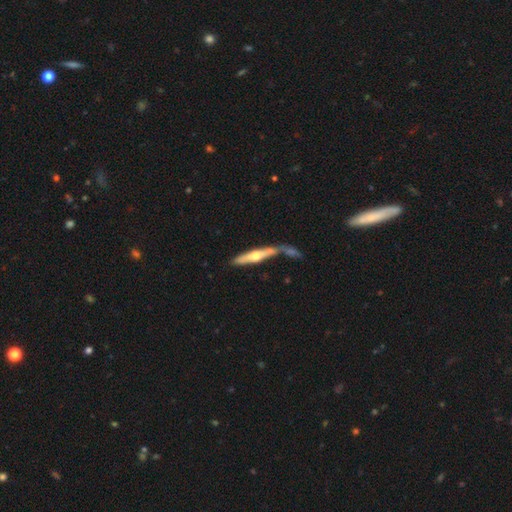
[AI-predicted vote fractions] A featured or disk galaxy (56%) viewed edge-on (88%). Merging: none (40%).